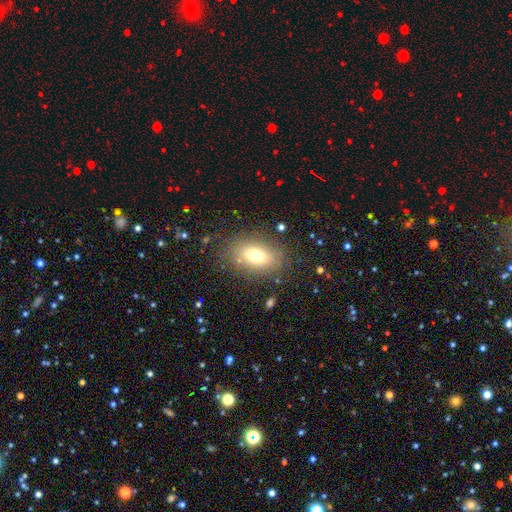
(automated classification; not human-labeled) The model was most divided on "smooth or featured": smooth: 71%, featured or disk: 17%, star or artifact: 12%. More confident: how rounded — in between (81%); merging — none (81%).